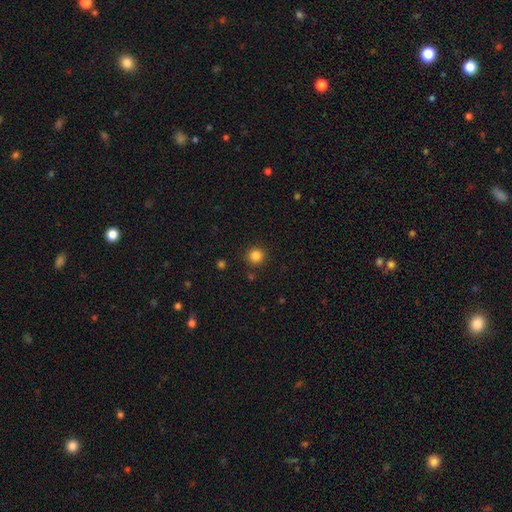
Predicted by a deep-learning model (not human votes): This appears to be a smooth galaxy with no disk features (85%) that is round (94%). Merging: none (90%).